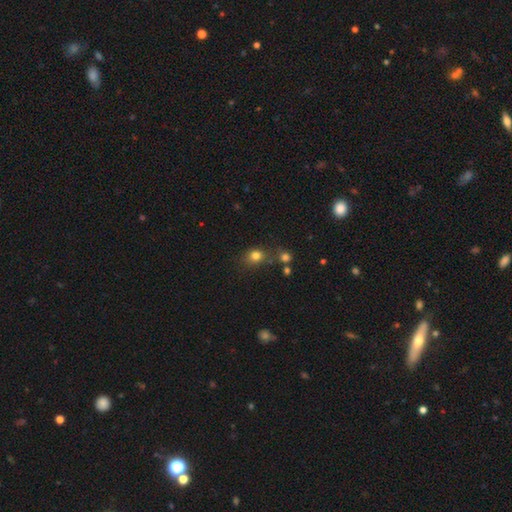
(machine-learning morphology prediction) Smooth or featured? smooth (78%)
How rounded? round (67%)
Merging? none (68%)